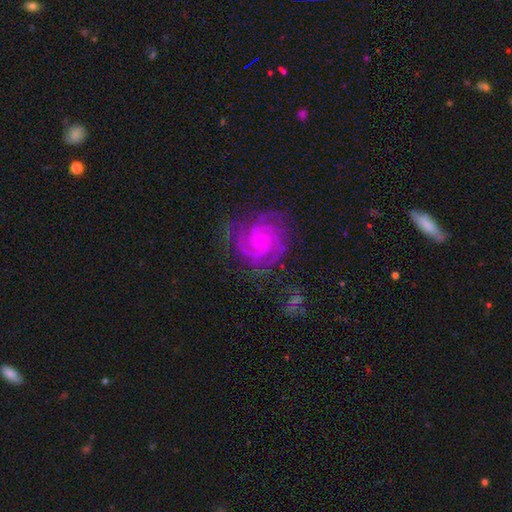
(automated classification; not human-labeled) smooth_or_featured: featured or disk (p=0.88) [alt: star or artifact p=0.06]
disk_edge_on: no (p=0.98) [alt: yes p=0.02]
bar: no (p=0.76) [alt: weak p=0.19]
has_spiral_arms: yes (p=0.98) [alt: no p=0.02]
spiral_winding: tight (p=0.72) [alt: medium p=0.25]
spiral_arm_count: 3 (p=0.34) [alt: 2 p=0.23]
bulge_size: small (p=0.77) [alt: moderate p=0.19]
merging: none (p=0.73) [alt: minor disturbance p=0.17]